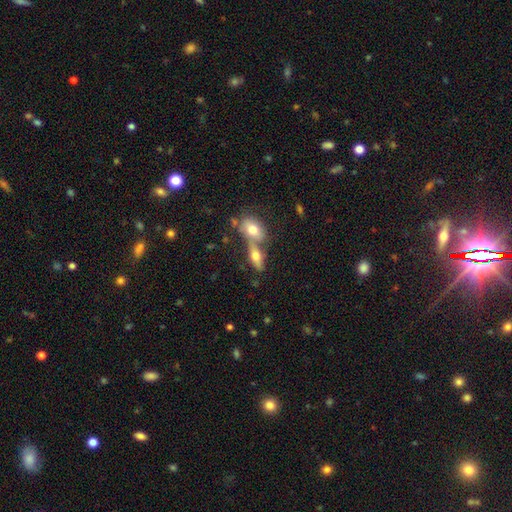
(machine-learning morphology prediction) The model was most divided on "merging": merger: 50%, none: 37%, minor disturbance: 9%, major disturbance: 4%. More confident: how rounded — in between (69%); smooth or featured — smooth (55%).